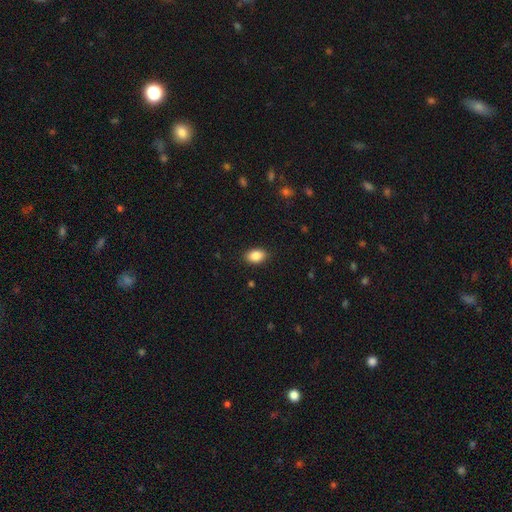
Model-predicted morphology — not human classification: type=smooth (88%); roundness=in between (85%); merging=none (88%).